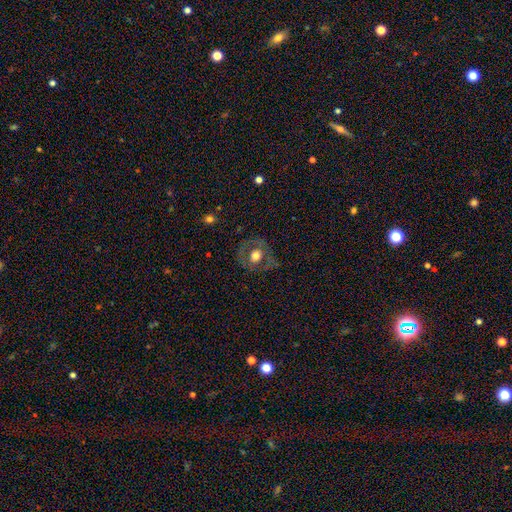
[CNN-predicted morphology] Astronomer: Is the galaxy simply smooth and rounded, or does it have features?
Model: smooth — 48% (runner-up: featured or disk, 43%).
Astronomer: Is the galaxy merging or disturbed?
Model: none — 77%.